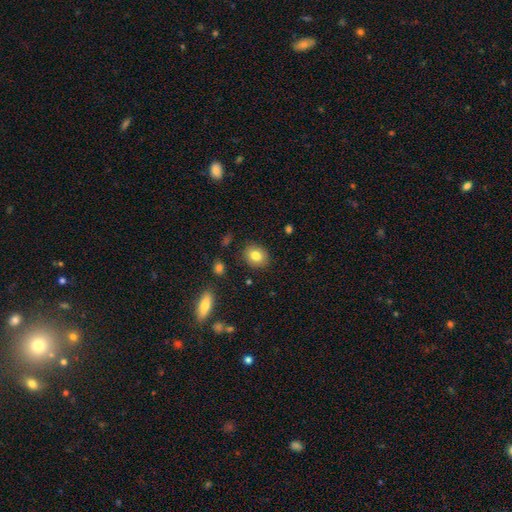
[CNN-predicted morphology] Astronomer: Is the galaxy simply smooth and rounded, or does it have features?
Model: smooth — 81%.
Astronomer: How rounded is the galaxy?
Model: round — 61% (runner-up: in between, 38%).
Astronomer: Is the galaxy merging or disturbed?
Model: none — 88%.